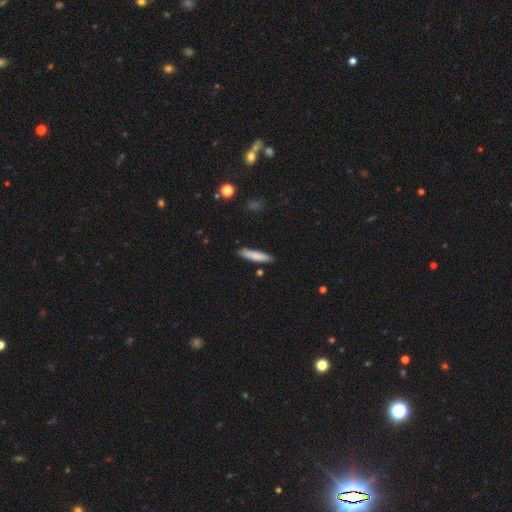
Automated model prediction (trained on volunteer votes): smooth_or_featured: smooth (p=0.81) [alt: featured or disk p=0.13]
how_rounded: cigar-shaped (p=0.85) [alt: in between p=0.14]
merging: none (p=0.86) [alt: minor disturbance p=0.10]